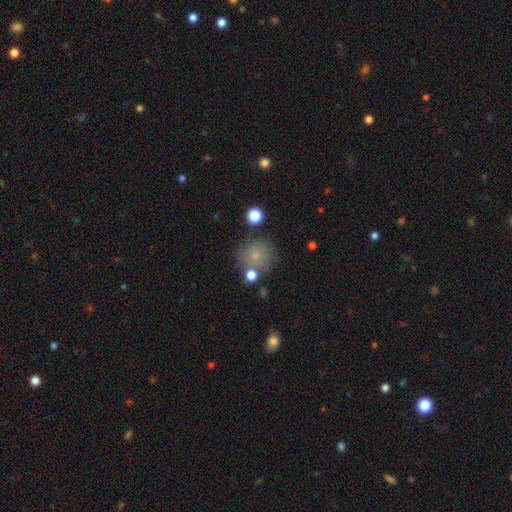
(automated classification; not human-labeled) Smooth or featured? smooth (75%)
How rounded? round (91%)
Merging? none (73%)